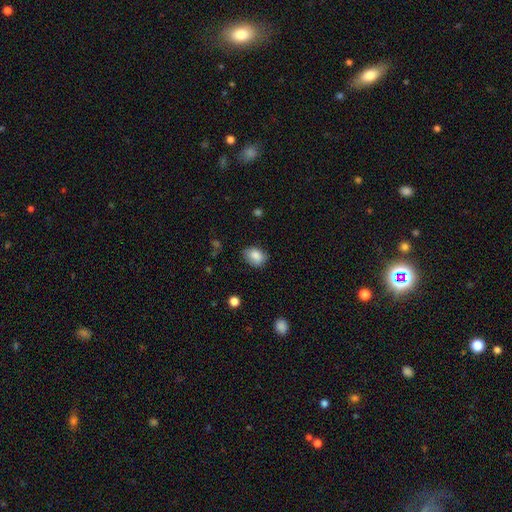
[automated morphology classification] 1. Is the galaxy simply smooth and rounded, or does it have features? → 85% smooth, 8% star or artifact, 7% featured or disk.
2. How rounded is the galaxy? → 68% in between, 31% round, 1% cigar-shaped.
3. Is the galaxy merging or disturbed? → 69% none, 24% minor disturbance, 5% major disturbance, 2% merger.